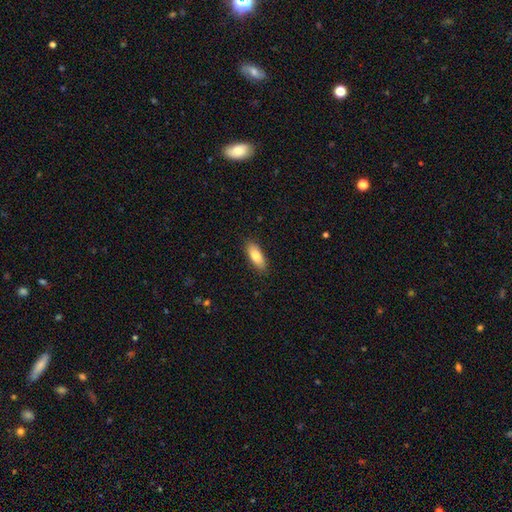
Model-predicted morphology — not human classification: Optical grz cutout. It shows a smooth galaxy with no disk features (81%) that is in between round and cigar-shaped (73%). Merging: none (87%).